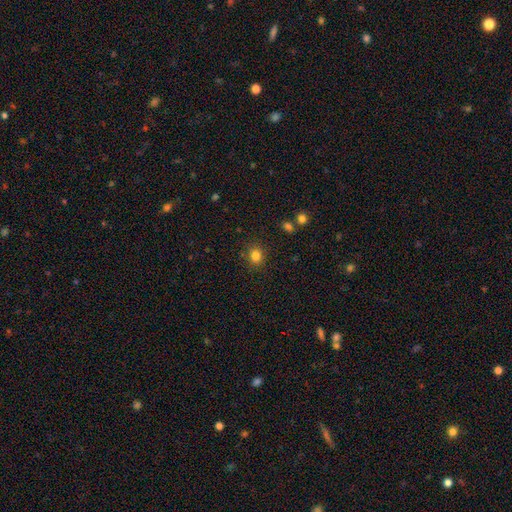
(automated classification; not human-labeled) smooth_or_featured: smooth (p=0.82) [alt: star or artifact p=0.12]
how_rounded: round (p=0.70) [alt: in between p=0.29]
merging: none (p=0.86) [alt: minor disturbance p=0.09]